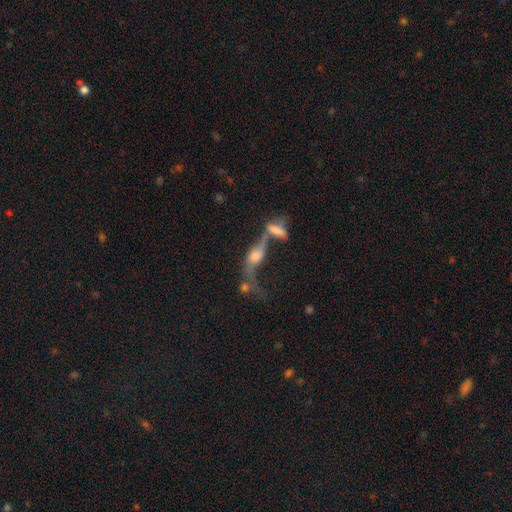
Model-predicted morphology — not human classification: A featured or disk galaxy (50%). Merging: merger (63%).